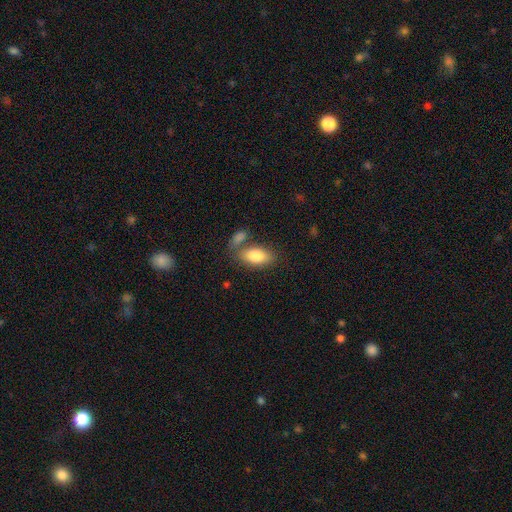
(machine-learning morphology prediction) Overall: smooth (81%). How rounded: in between (91%). Merging: none (60%; merger 22%).